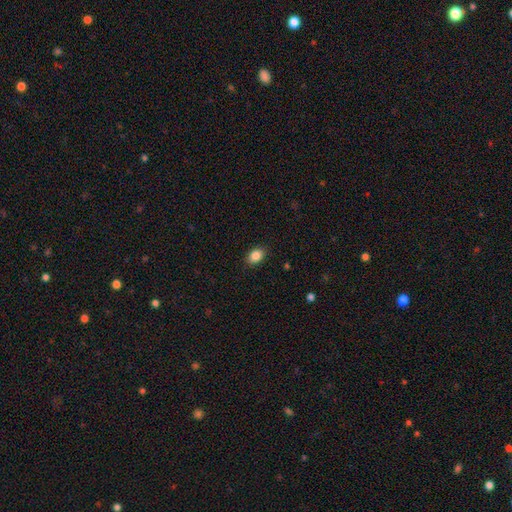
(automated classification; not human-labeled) Morphology: type=smooth (87%); roundness=in between (80%); merging=none (88%).